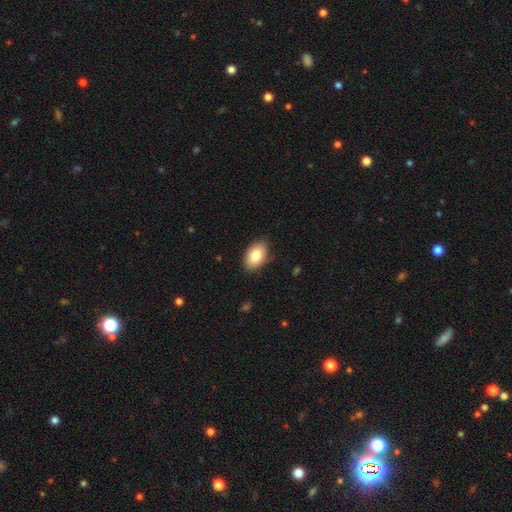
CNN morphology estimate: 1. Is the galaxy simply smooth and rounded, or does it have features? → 82% smooth, 11% featured or disk, 7% star or artifact.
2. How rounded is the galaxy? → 90% in between, 8% round, 1% cigar-shaped.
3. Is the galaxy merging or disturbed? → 84% none, 13% minor disturbance, 2% major disturbance, 1% merger.